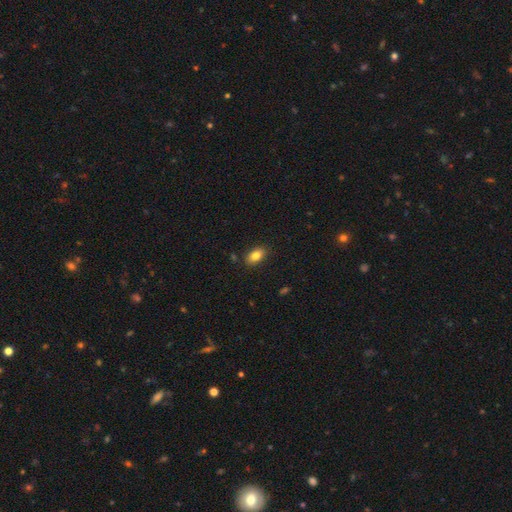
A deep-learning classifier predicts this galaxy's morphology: This is clearly a smooth galaxy (83%). How rounded: clearly in between (89%). Merging: clearly none (87%).